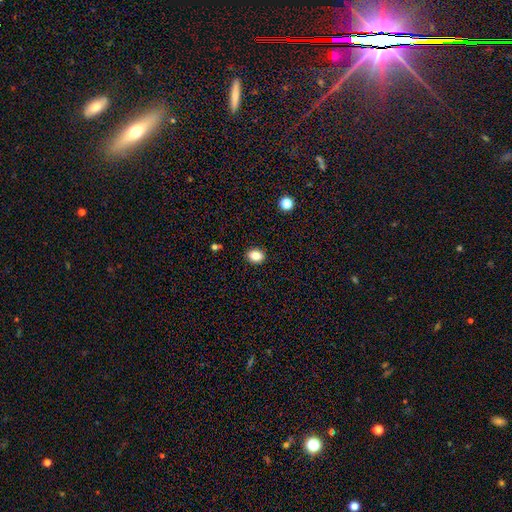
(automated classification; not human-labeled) A smooth galaxy with no disk features (84%) that is in between round and cigar-shaped (54%).

Vote fractions:
- Smooth or featured? smooth: 84% / star or artifact: 10% / featured or disk: 6%
- How rounded? in between: 54% / round: 45% / cigar-shaped: 1%
- Merging? none: 90% / minor disturbance: 7% / major disturbance: 2% / merger: 1%